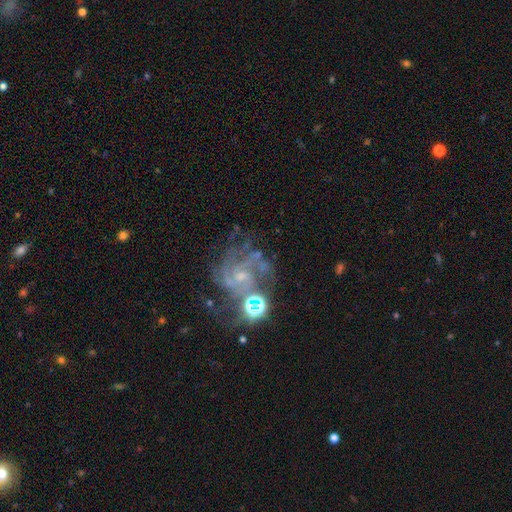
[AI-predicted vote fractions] A featured or disk galaxy (77%) with no bar (57%), medium (47%) spiral arms (92%) and a small central bulge (63%).

Vote fractions:
- Smooth or featured? featured or disk: 77% / star or artifact: 16% / smooth: 7%
- Edge-on disk? no: 98% / yes: 2%
- Bar? no: 57% / weak: 36% / strong: 8%
- Spiral arms? yes: 92% / no: 8%
- Spiral winding? medium: 47% / tight: 39% / loose: 14%
- Spiral arm count? can't tell: 29% / 3: 26% / 2: 17% / 4: 15% / more than 4: 7% / 1: 6%
- Bulge size? small: 63% / moderate: 22% / none: 12% / large: 2% / dominant: 1%
- Merging? none: 50% / major disturbance: 22% / minor disturbance: 18% / merger: 11%